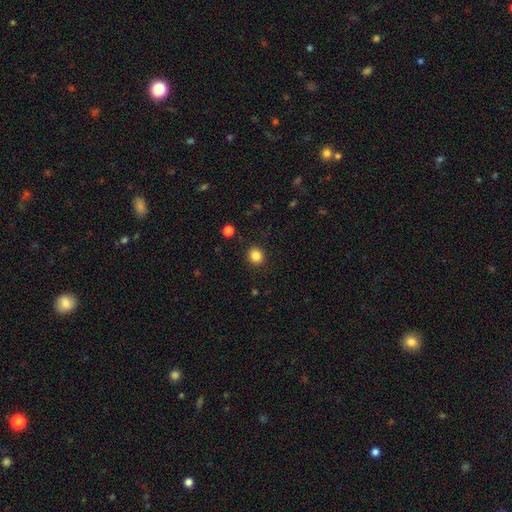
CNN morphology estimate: smooth_or_featured: smooth (p=0.85) [alt: star or artifact p=0.11]
how_rounded: round (p=0.87) [alt: in between p=0.13]
merging: none (p=0.91) [alt: minor disturbance p=0.06]